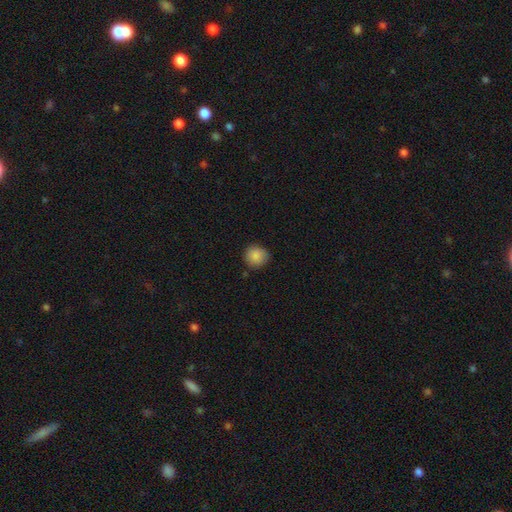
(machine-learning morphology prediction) Q: Smooth or featured?
A: smooth (88%); runner-up: star or artifact (8%)
Q: How rounded?
A: round (89%); runner-up: in between (10%)
Q: Merging?
A: none (84%); runner-up: minor disturbance (12%)